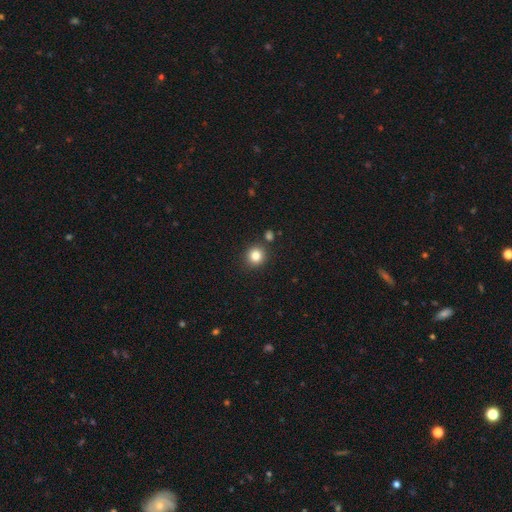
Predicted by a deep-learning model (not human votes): Morphology: type=smooth (83%); roundness=round (91%); merging=none (86%).